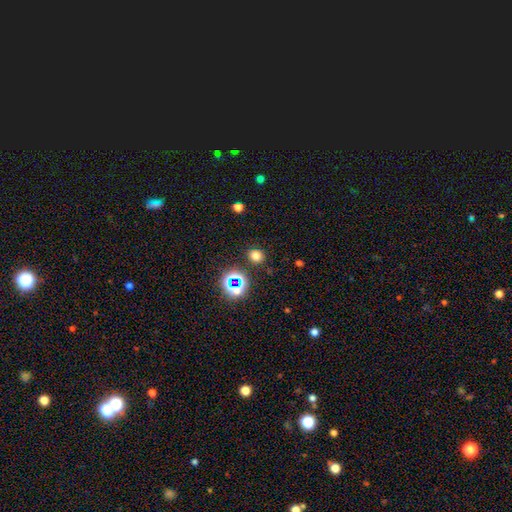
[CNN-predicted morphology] Smooth or featured: smooth — 70% (star or artifact — 24%)
How rounded: round — 80% (in between — 19%)
Merging: none — 87% (minor disturbance — 8%)